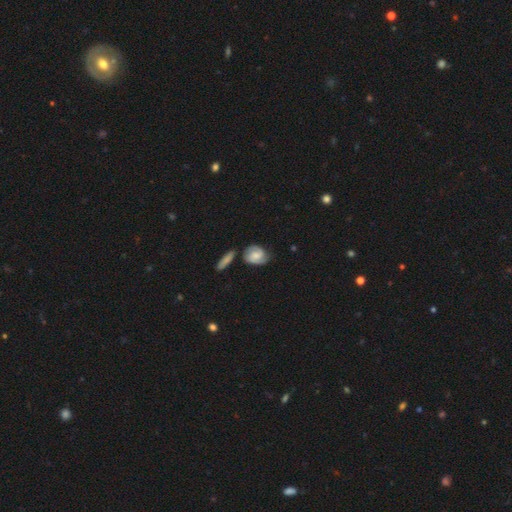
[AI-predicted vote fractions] This is likely a featured or disk galaxy (66%). It is clearly not viewed edge-on (96%). Bar: possibly no (48%). Spiral arm pattern: clearly yes (93%). Spiral arm count: clearly 2 (82%). Spiral winding: possibly tight (47%). Central bulge: marginally moderate (42%). Merging: likely none (65%).